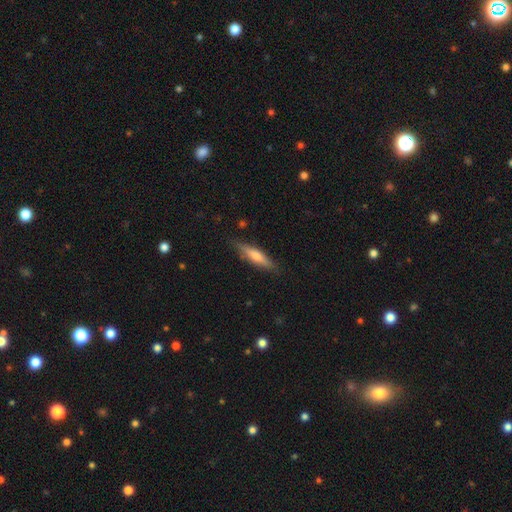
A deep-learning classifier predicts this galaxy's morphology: type=smooth (56%); roundness=cigar-shaped (77%); merging=none (83%).